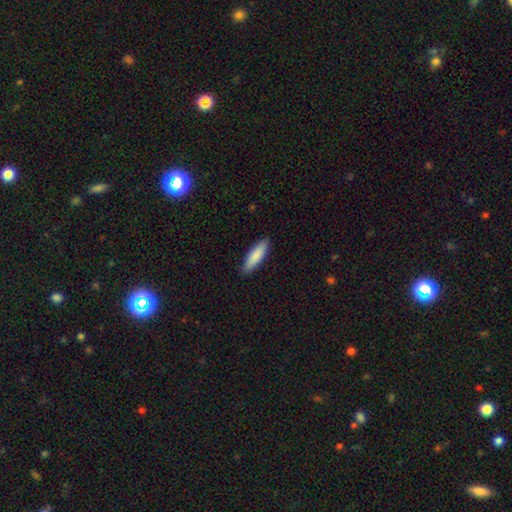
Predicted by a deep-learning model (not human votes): A smooth galaxy with no disk features (86%) that is cigar-shaped (57%).

Vote fractions:
- Smooth or featured? smooth: 86% / featured or disk: 9% / star or artifact: 5%
- How rounded? cigar-shaped: 57% / in between: 41% / round: 1%
- Merging? none: 89% / minor disturbance: 9% / major disturbance: 2% / merger: 1%